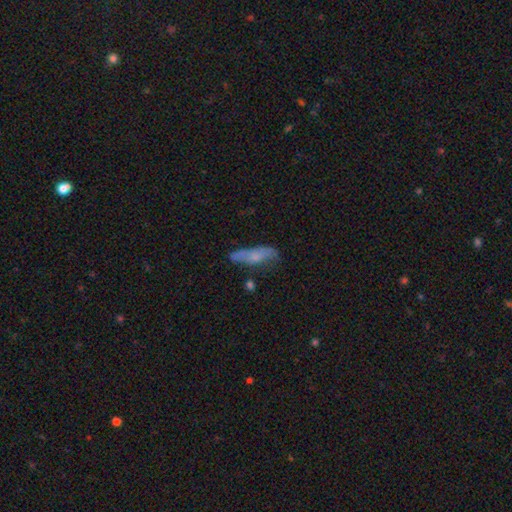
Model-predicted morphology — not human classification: smooth 60%, featured or disk 32%, star or artifact 8%. Down the decision tree: how rounded — cigar-shaped (52%); merging — none (49%).